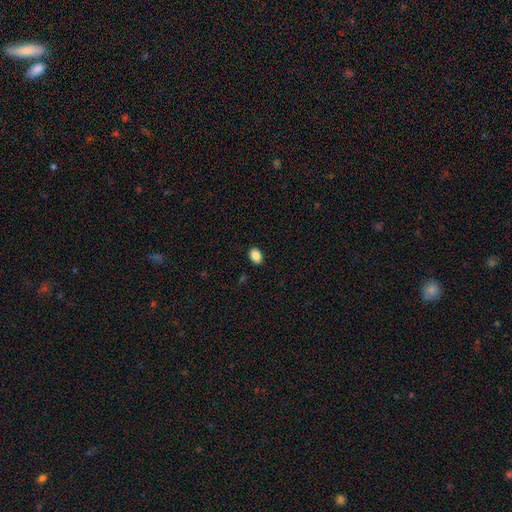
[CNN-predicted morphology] This is clearly a smooth galaxy (88%). How rounded: clearly in between (80%). Merging: clearly none (90%).